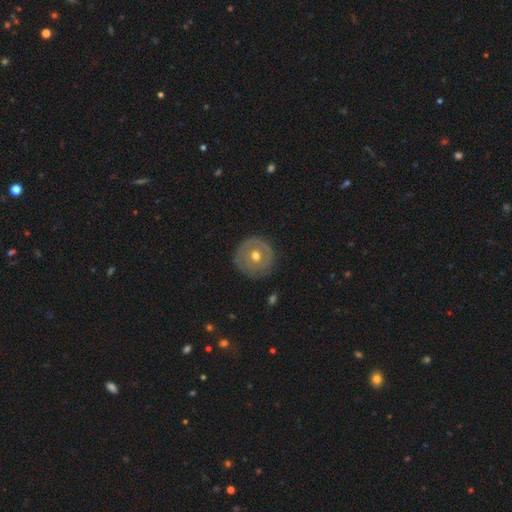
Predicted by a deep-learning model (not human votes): Overall: featured or disk (54%; smooth 40%). Edge-on disk: no (95%). Bar: no (82%). Spiral arms: no (71%). Bulge size: moderate (74%). Merging: none (84%).